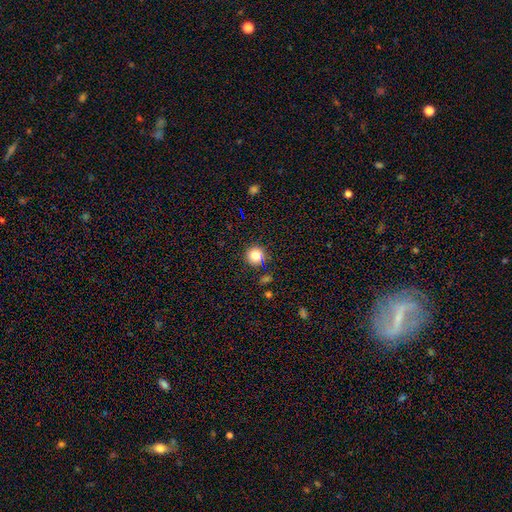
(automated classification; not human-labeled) Smooth or featured? Predicted: smooth (p=0.79). How rounded? Predicted: round (p=0.94). Merging? Predicted: none (p=0.86).